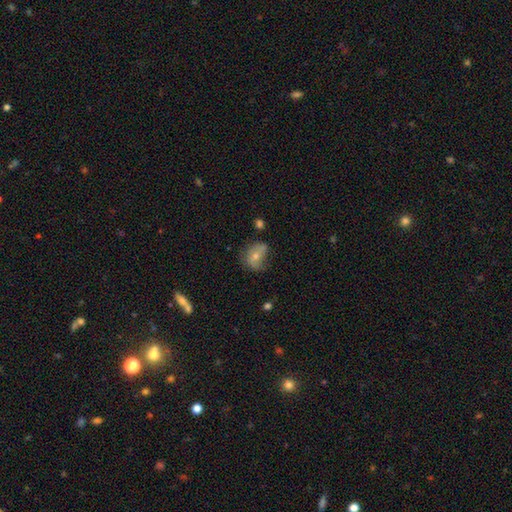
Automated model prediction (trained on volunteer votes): Smooth or featured? smooth (63%)
How rounded? in between (60%)
Merging? none (45%)